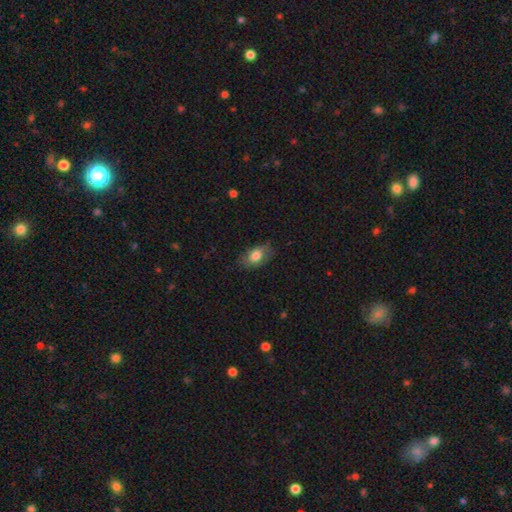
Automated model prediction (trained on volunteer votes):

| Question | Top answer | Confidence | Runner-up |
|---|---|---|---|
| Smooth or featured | smooth | 78% | featured or disk (15%) |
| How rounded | in between | 89% | round (8%) |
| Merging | none | 77% | minor disturbance (18%) |